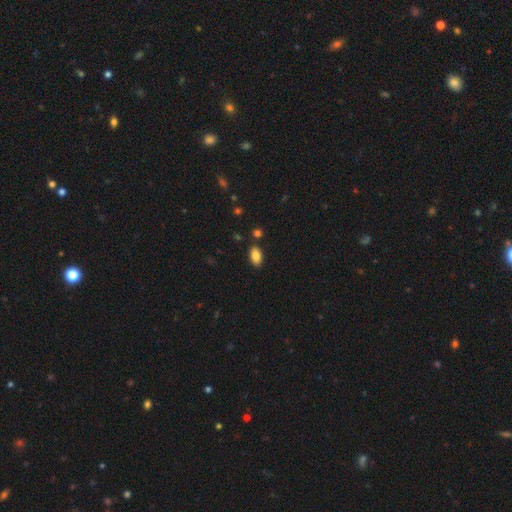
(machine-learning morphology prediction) smooth 86%, star or artifact 8%, featured or disk 6%. Down the decision tree: how rounded — in between (93%); merging — none (85%).